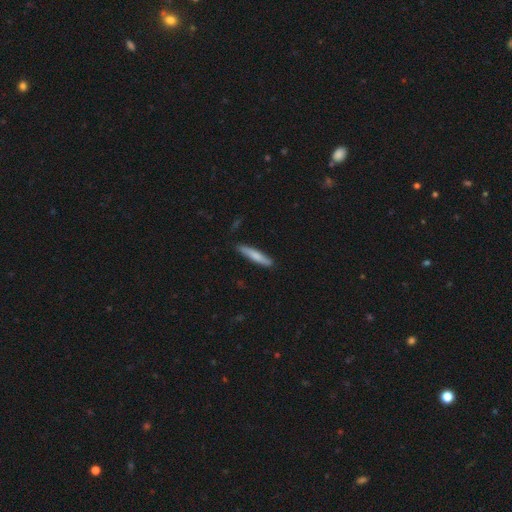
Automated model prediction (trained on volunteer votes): Overall: smooth (73%). How rounded: cigar-shaped (91%). Merging: none (87%).